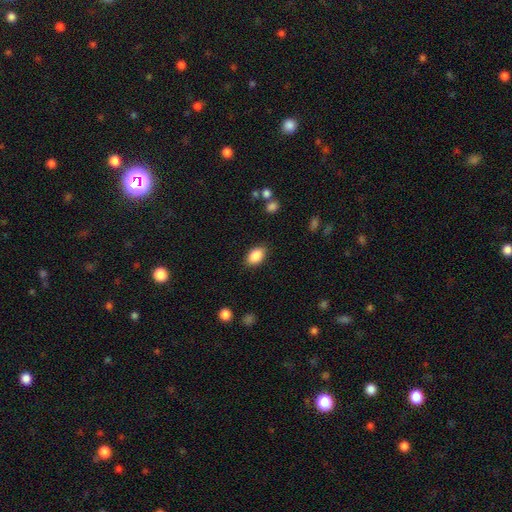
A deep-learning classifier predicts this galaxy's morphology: smooth-or-featured: smooth: 88% | star or artifact: 7% | featured or disk: 5%
  how-rounded: in between: 88% | round: 11% | cigar-shaped: 1%
  merging: none: 85% | minor disturbance: 11% | major disturbance: 3% | merger: 1%